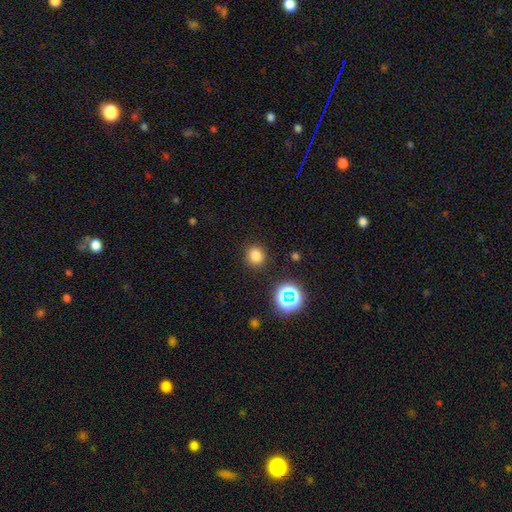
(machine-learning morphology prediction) smooth-or-featured: smooth: 78% | star or artifact: 17% | featured or disk: 5%
  how-rounded: round: 84% | in between: 15% | cigar-shaped: 1%
  merging: none: 89% | minor disturbance: 7% | major disturbance: 3% | merger: 1%